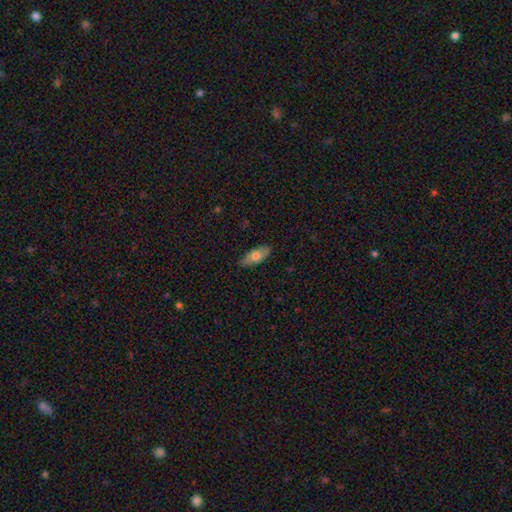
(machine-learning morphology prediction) A smooth galaxy with no disk features (70%) that is in between round and cigar-shaped (86%).

Vote fractions:
- Smooth or featured? smooth: 70% / featured or disk: 24% / star or artifact: 6%
- How rounded? in between: 86% / cigar-shaped: 11% / round: 2%
- Merging? none: 86% / minor disturbance: 11% / major disturbance: 2% / merger: 1%